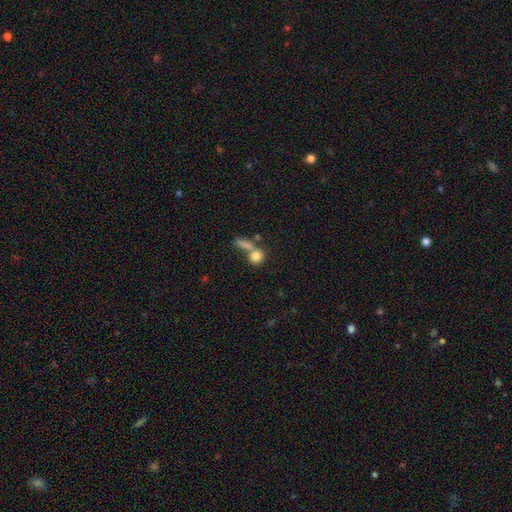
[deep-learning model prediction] Smooth or featured? smooth (80%)
How rounded? round (75%)
Merging? none (44%)